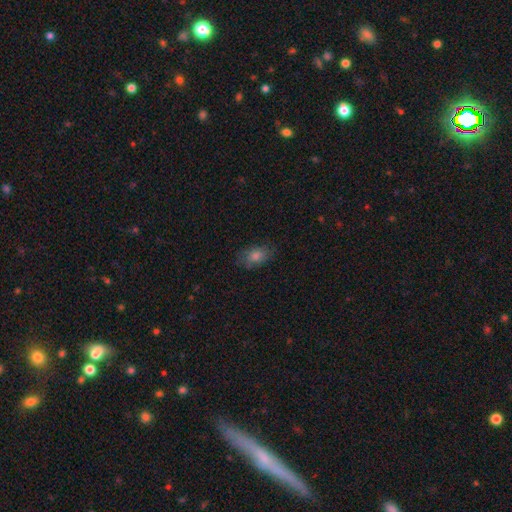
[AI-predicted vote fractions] The model was most divided on "smooth or featured": smooth: 70%, featured or disk: 16%, star or artifact: 14%. More confident: how rounded — in between (82%); merging — none (78%).